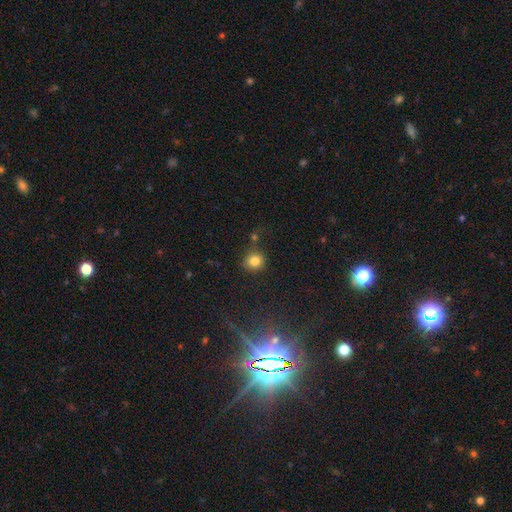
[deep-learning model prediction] Smooth or featured? Predicted: smooth (p=0.49). Merging? Predicted: none (p=0.82).